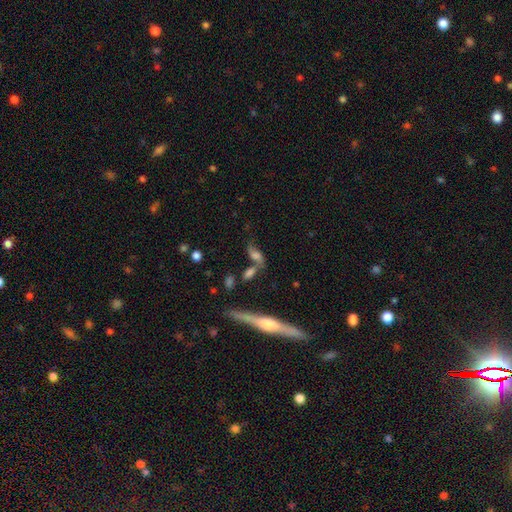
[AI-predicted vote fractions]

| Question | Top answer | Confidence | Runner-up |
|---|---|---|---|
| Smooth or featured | featured or disk | 45% | smooth (42%) |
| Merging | none | 41% | merger (31%) |